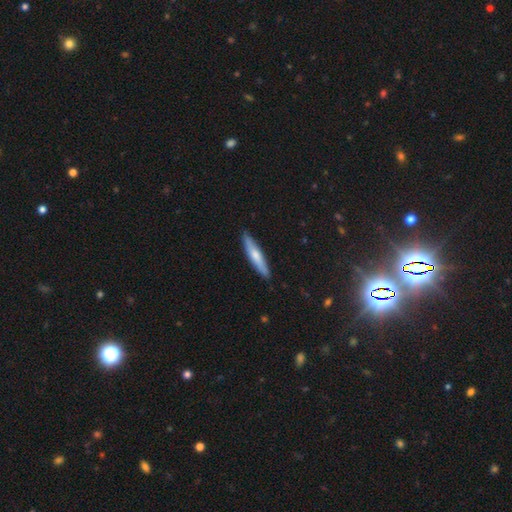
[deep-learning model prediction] Smooth or featured? Predicted: smooth (p=0.60). How rounded? Predicted: cigar-shaped (p=0.89). Merging? Predicted: none (p=0.88).